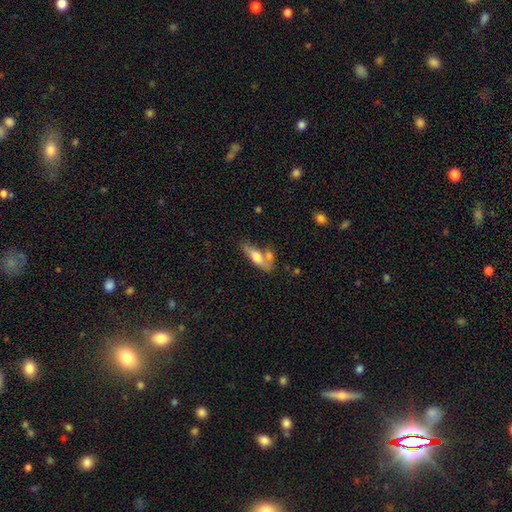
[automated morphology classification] A smooth galaxy with no disk features (60%) that is in between round and cigar-shaped (55%). Merging: none (46%).